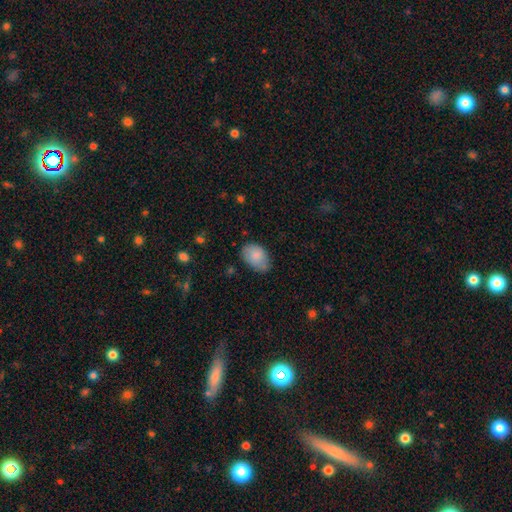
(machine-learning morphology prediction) smooth-or-featured: smooth: 84% | featured or disk: 9% | star or artifact: 6%
  how-rounded: in between: 88% | round: 11% | cigar-shaped: 1%
  merging: none: 69% | minor disturbance: 24% | major disturbance: 5% | merger: 2%